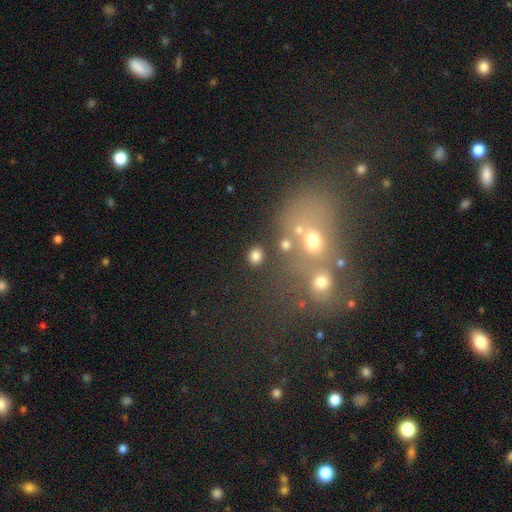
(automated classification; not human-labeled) The model was most divided on "how rounded": round: 65%, in between: 34%, cigar-shaped: 1%. More confident: merging — none (83%); smooth or featured — smooth (80%).